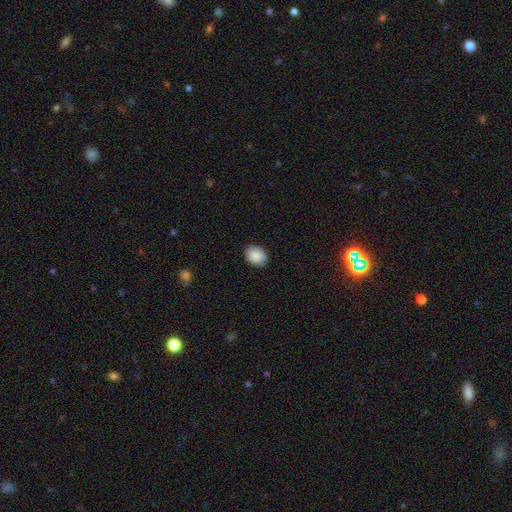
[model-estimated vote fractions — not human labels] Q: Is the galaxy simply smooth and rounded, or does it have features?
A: smooth — 87%.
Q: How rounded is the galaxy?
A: in between — 54%.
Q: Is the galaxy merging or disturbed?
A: none — 87%.